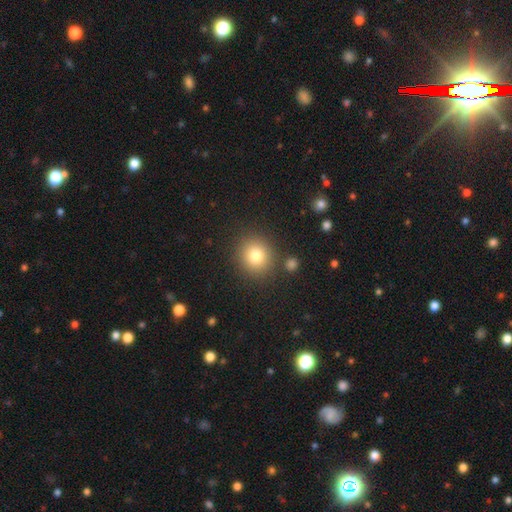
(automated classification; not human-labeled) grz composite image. It shows a smooth galaxy with no disk features (80%) that is round (86%). Merging: none (85%).